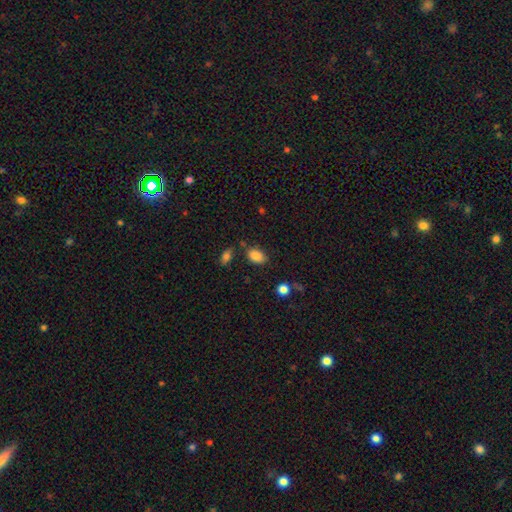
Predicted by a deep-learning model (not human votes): smooth-or-featured: smooth: 85% | star or artifact: 9% | featured or disk: 6%
  how-rounded: in between: 85% | round: 14% | cigar-shaped: 1%
  merging: none: 75% | minor disturbance: 15% | merger: 6% | major disturbance: 4%